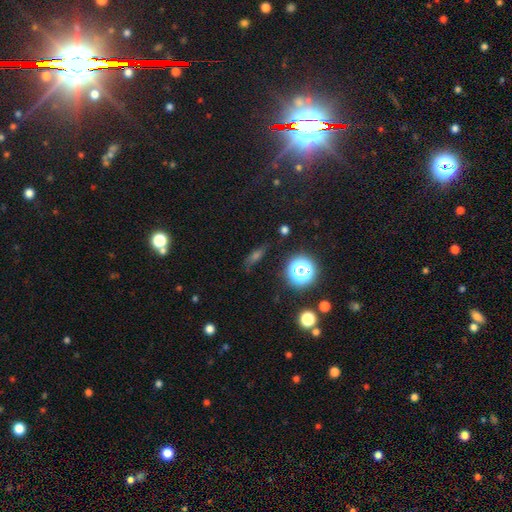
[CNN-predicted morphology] Smooth or featured? smooth (43%)
Merging? none (80%)